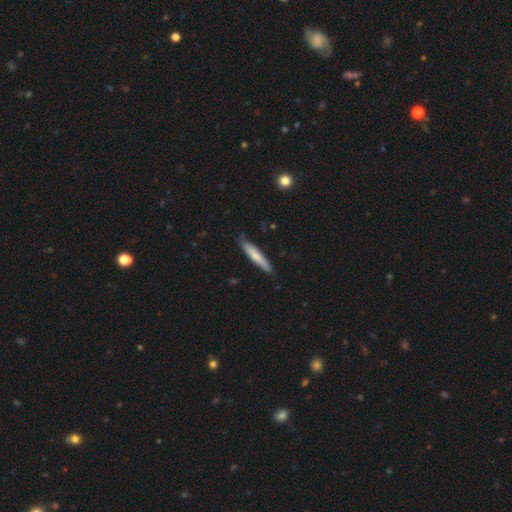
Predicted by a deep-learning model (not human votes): Smooth or featured? smooth (69%)
How rounded? cigar-shaped (90%)
Merging? none (78%)